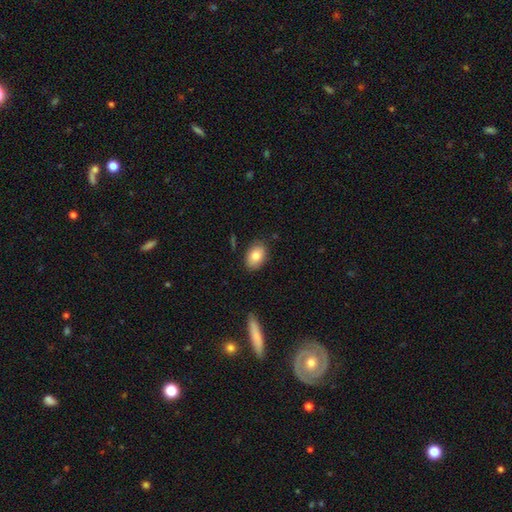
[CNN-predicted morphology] smooth 82%, featured or disk 11%, star or artifact 7%. Down the decision tree: how rounded — in between (85%); merging — none (83%).